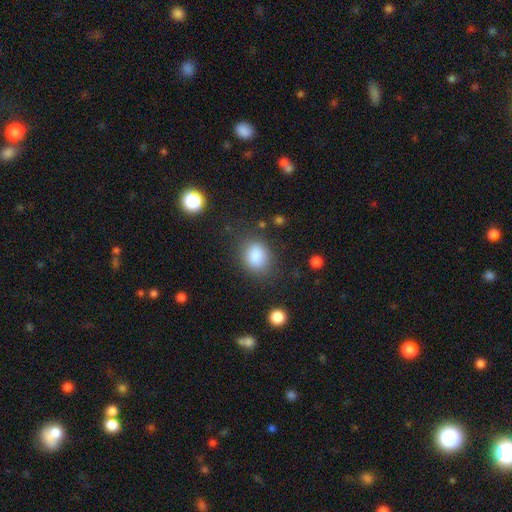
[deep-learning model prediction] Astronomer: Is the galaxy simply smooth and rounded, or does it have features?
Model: smooth — 85%.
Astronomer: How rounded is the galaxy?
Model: in between — 53% (runner-up: round, 46%).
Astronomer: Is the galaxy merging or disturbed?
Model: none — 77%.